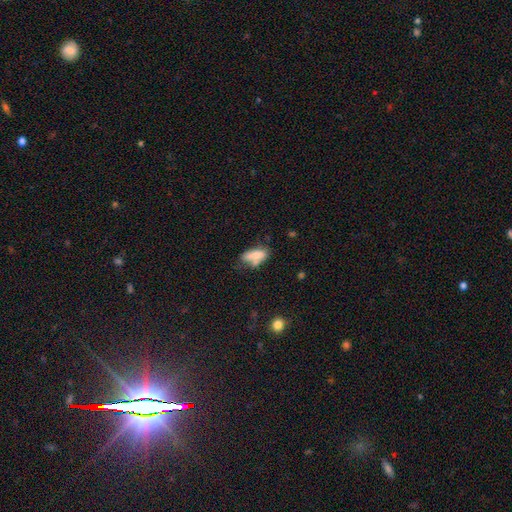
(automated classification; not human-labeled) smooth-or-featured: smooth: 67% | featured or disk: 24% | star or artifact: 9%
  how-rounded: in between: 79% | cigar-shaped: 16% | round: 4%
  merging: none: 39% | merger: 26% | minor disturbance: 24% | major disturbance: 11%